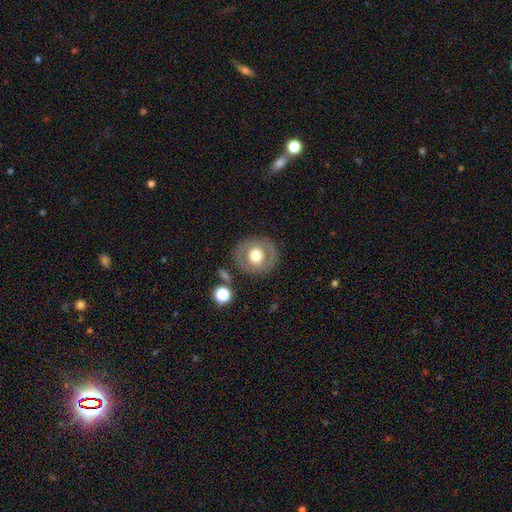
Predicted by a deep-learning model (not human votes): The model was most divided on "smooth or featured": smooth: 51%, featured or disk: 43%, star or artifact: 7%. More confident: how rounded — round (85%); merging — none (83%).